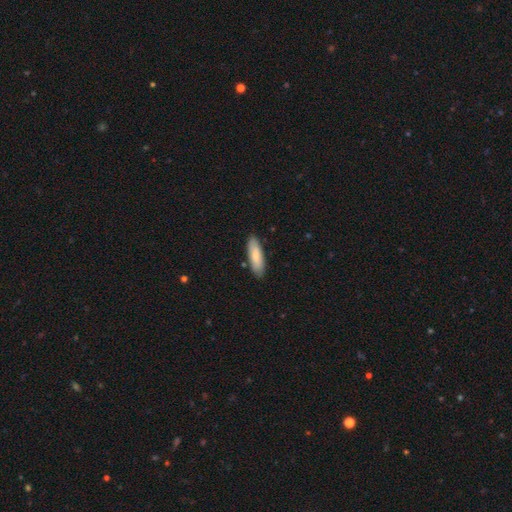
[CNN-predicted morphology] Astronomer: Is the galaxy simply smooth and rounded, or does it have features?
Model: smooth — 79%.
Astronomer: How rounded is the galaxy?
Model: cigar-shaped — 50% (runner-up: in between, 48%).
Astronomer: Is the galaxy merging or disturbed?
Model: none — 86%.